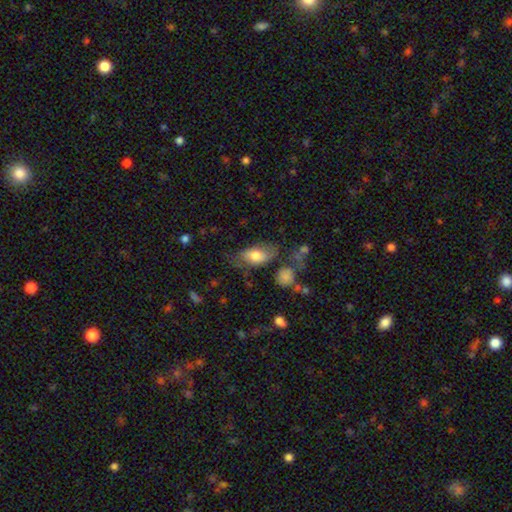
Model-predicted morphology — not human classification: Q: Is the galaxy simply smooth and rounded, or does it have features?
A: smooth — 71%.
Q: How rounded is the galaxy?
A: in between — 89%.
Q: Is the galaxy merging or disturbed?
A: none — 54%.